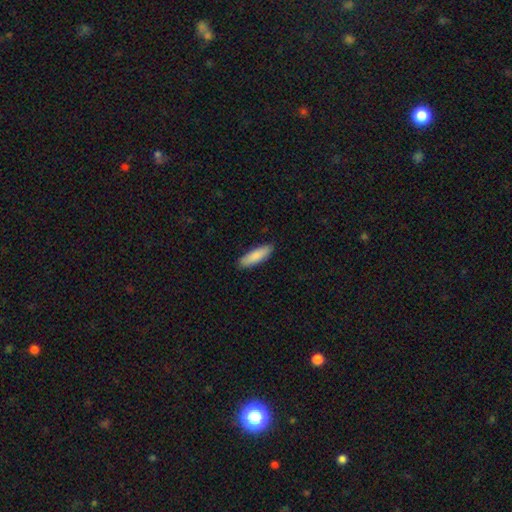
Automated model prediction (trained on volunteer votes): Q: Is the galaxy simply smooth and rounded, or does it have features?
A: smooth — 87%.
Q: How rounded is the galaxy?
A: cigar-shaped — 51%.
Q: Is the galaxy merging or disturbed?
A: none — 88%.